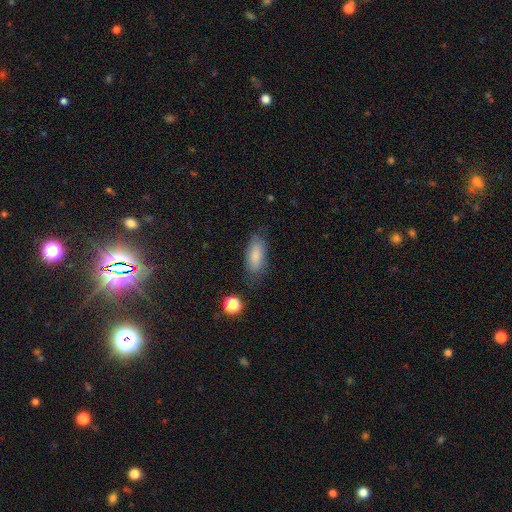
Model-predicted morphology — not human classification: Smooth or featured? smooth (84%)
How rounded? in between (81%)
Merging? none (76%)